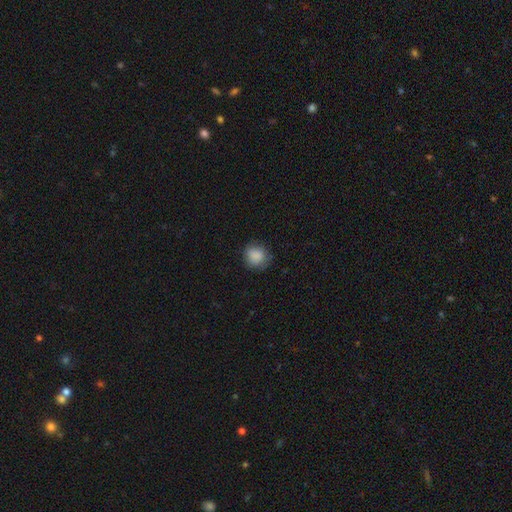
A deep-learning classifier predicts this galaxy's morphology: This is clearly a smooth galaxy (87%). How rounded: clearly round (83%). Merging: likely none (78%).